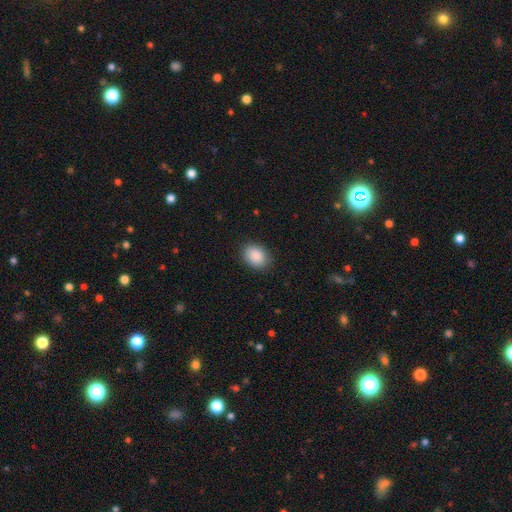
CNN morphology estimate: Q: Smooth or featured?
A: smooth (89%); runner-up: star or artifact (7%)
Q: How rounded?
A: in between (68%); runner-up: round (31%)
Q: Merging?
A: none (87%); runner-up: minor disturbance (9%)